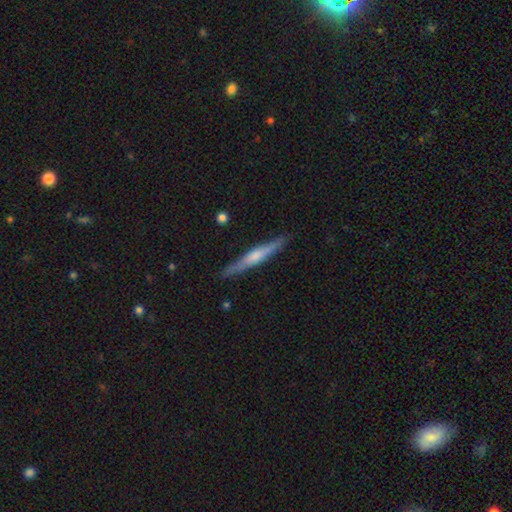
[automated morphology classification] smooth_or_featured: featured or disk (p=0.61) [alt: smooth p=0.33]
disk_edge_on: yes (p=0.97) [alt: no p=0.03]
edge_on_bulge: rounded (p=0.62) [alt: none p=0.21]
merging: none (p=0.89) [alt: minor disturbance p=0.08]